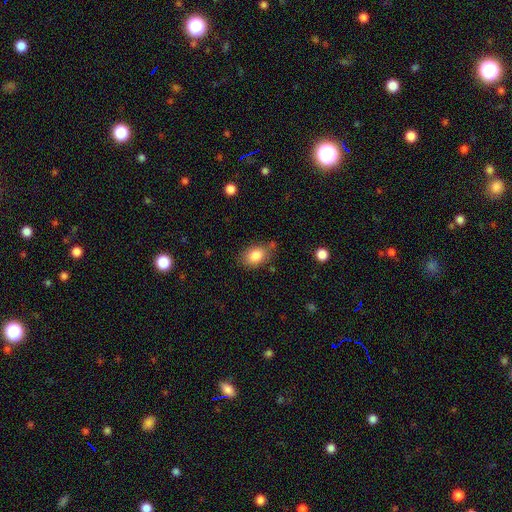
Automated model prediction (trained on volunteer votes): This is clearly a smooth galaxy (84%). How rounded: likely in between (78%). Merging: likely none (73%).